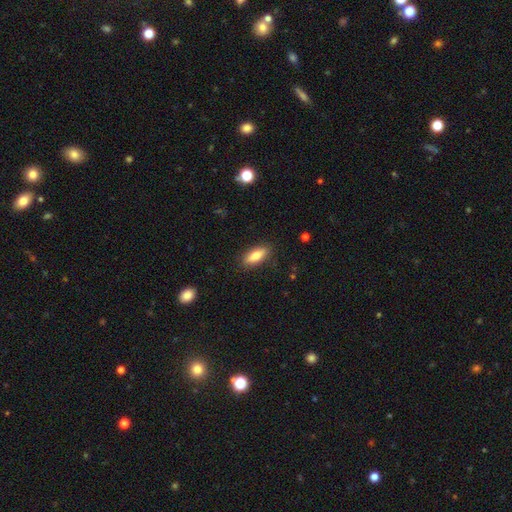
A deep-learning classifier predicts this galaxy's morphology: smooth_or_featured: smooth (p=0.75) [alt: featured or disk p=0.18]
how_rounded: in between (p=0.64) [alt: cigar-shaped p=0.33]
merging: none (p=0.87) [alt: minor disturbance p=0.10]